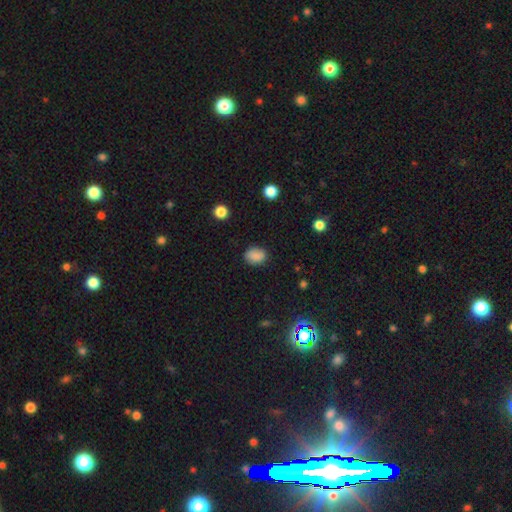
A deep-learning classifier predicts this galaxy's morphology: Smooth or featured: smooth — 85% (star or artifact — 10%)
How rounded: in between — 63% (round — 36%)
Merging: none — 82% (minor disturbance — 13%)